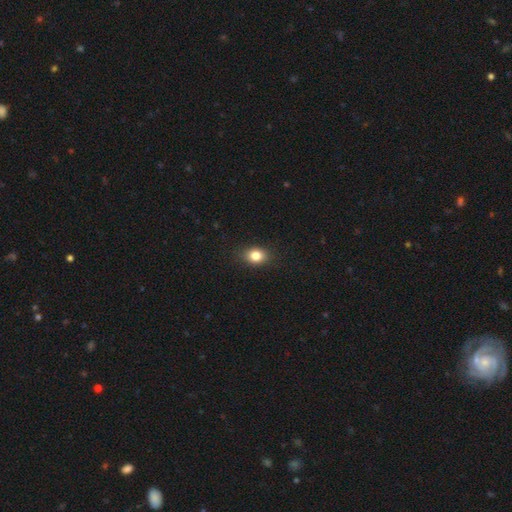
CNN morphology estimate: This is clearly a smooth galaxy (83%). How rounded: possibly in between (57%). Merging: clearly none (87%).